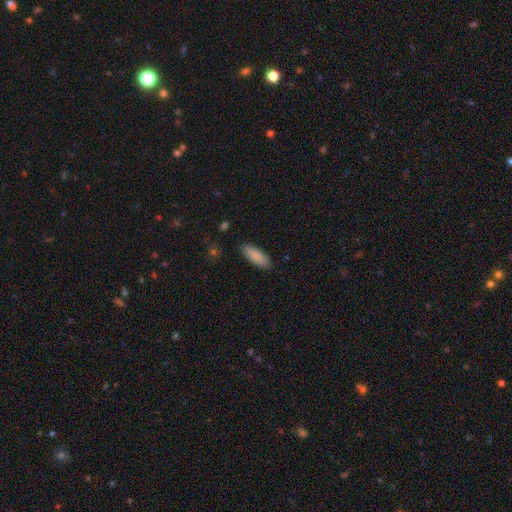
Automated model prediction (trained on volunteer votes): Smooth or featured?
  - smooth: 88% *
  - star or artifact: 6%
  - featured or disk: 6%
How rounded?
  - in between: 65% *
  - cigar-shaped: 33%
  - round: 2%
Merging?
  - none: 87% *
  - minor disturbance: 10%
  - major disturbance: 2%
  - merger: 1%